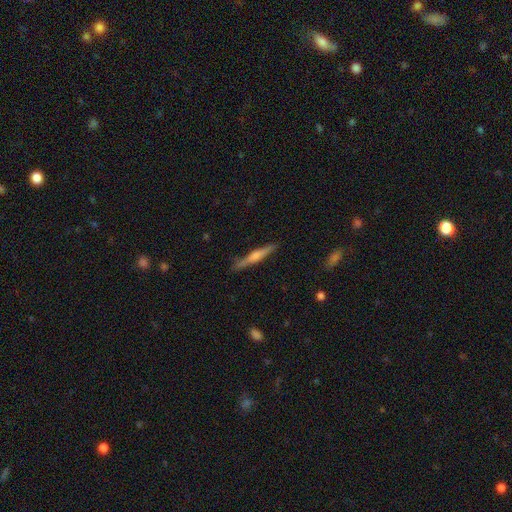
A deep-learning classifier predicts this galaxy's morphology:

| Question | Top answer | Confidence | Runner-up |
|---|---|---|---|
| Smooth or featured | featured or disk | 68% | smooth (26%) |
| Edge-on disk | yes | 97% | no (3%) |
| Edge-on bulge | rounded | 73% | boxy (14%) |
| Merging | none | 89% | minor disturbance (8%) |